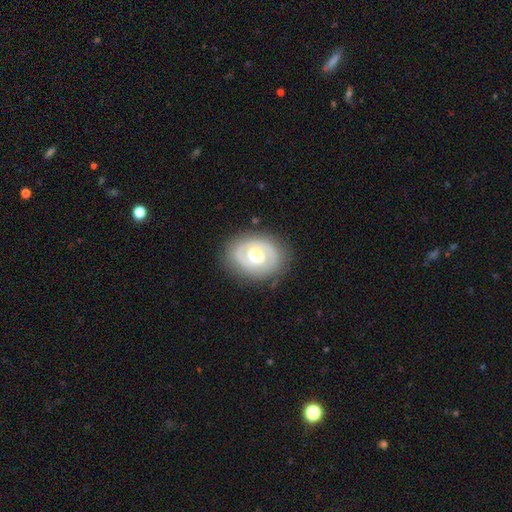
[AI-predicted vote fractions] This appears to be a featured or disk galaxy (71%) with no bar (56%), spiral arms (64%) and a moderate central bulge (65%). Merging: none (83%).